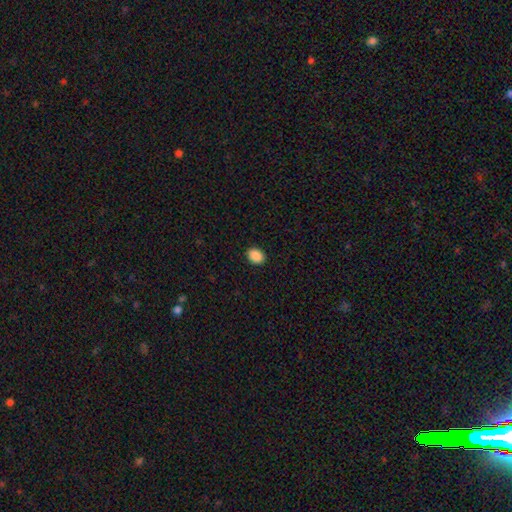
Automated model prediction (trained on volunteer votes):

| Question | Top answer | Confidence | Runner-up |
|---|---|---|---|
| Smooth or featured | smooth | 89% | star or artifact (8%) |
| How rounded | in between | 51% | round (49%) |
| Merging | none | 91% | minor disturbance (6%) |